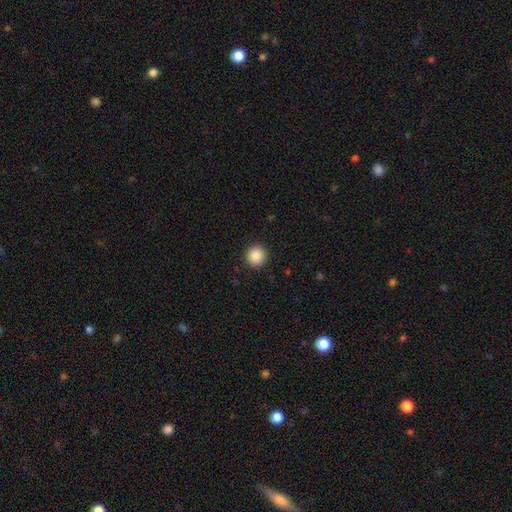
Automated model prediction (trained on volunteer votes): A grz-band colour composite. It shows a smooth galaxy with no disk features (87%) that is round (95%). Merging: none (92%).